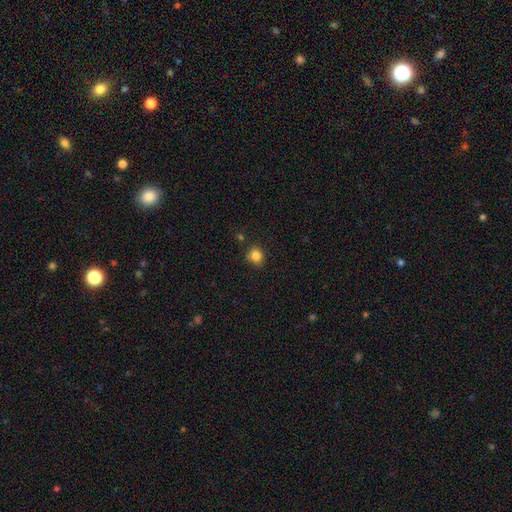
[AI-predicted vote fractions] This appears to be a smooth galaxy with no disk features (83%) that is round (81%). Merging: none (83%).